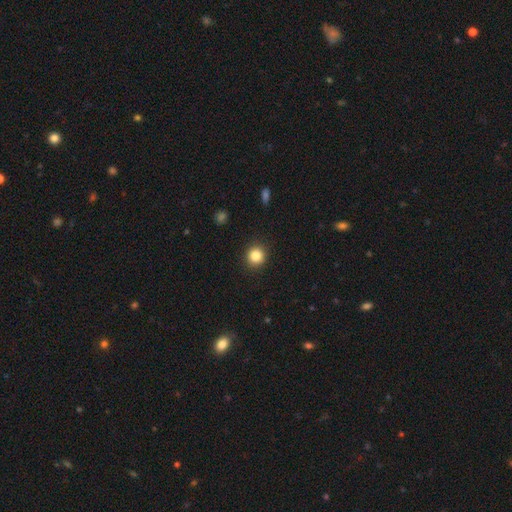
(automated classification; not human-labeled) Smooth or featured? Predicted: smooth (p=0.84). How rounded? Predicted: round (p=0.90). Merging? Predicted: none (p=0.92).